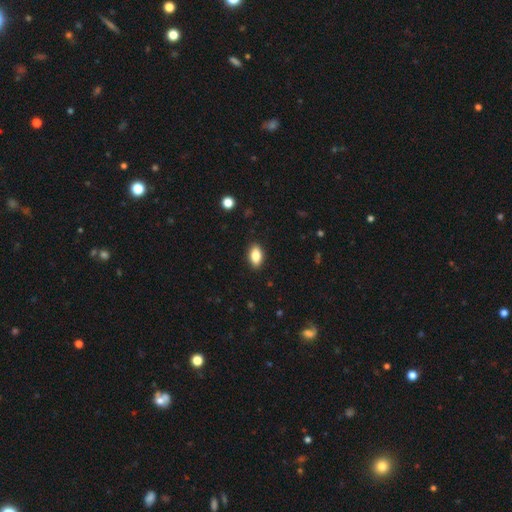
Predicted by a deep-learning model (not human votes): A smooth galaxy with no disk features (84%) that is in between round and cigar-shaped (91%).

Vote fractions:
- Smooth or featured? smooth: 84% / featured or disk: 8% / star or artifact: 8%
- How rounded? in between: 91% / round: 6% / cigar-shaped: 3%
- Merging? none: 89% / minor disturbance: 8% / major disturbance: 2% / merger: 1%